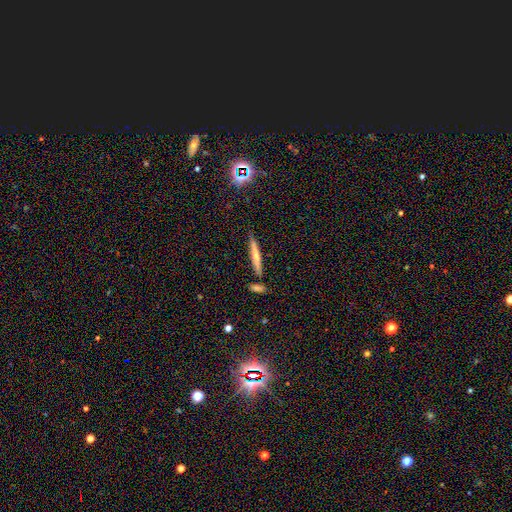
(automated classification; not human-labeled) A featured or disk galaxy (51%) viewed edge-on (94%).

Vote fractions:
- Smooth or featured? featured or disk: 51% / smooth: 33% / star or artifact: 17%
- Edge-on disk? yes: 94% / no: 6%
- Merging? none: 82% / minor disturbance: 10% / merger: 6% / major disturbance: 2%